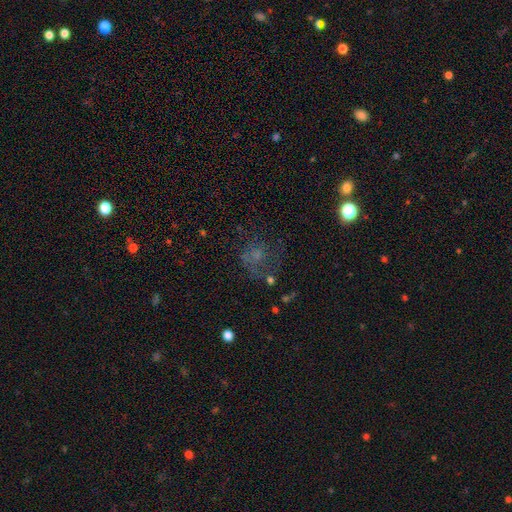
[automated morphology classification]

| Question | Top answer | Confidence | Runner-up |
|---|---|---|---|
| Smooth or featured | smooth | 42% | featured or disk (31%) |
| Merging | none | 46% | major disturbance (29%) |